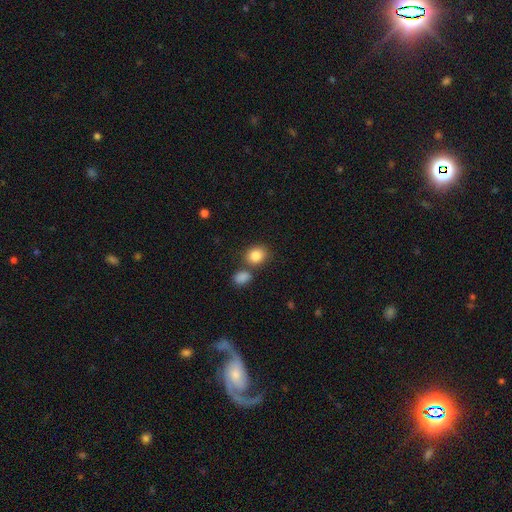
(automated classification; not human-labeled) Smooth or featured: smooth — 86% (star or artifact — 9%)
How rounded: round — 57% (in between — 42%)
Merging: none — 65% (merger — 21%)